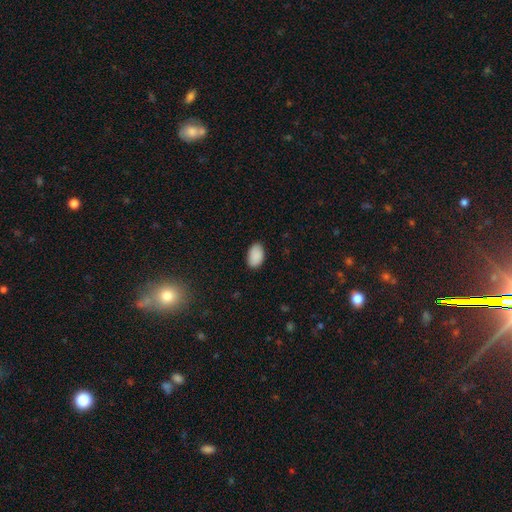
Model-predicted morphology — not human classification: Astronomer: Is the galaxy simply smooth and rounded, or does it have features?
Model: smooth — 90%.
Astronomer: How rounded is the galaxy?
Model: in between — 92%.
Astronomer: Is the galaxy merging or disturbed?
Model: none — 85%.